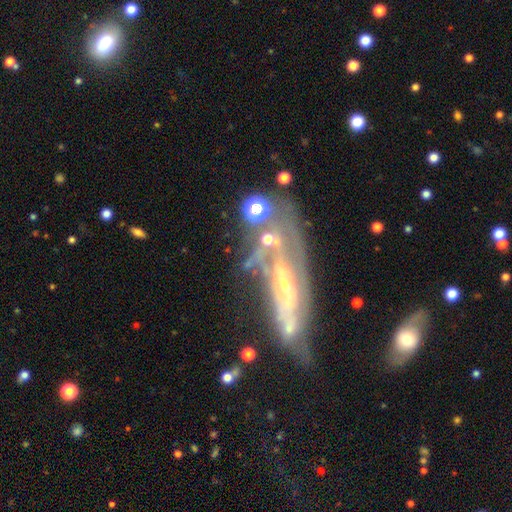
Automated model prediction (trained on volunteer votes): The model was most divided on "merging": none: 36%, major disturbance: 26%, minor disturbance: 20%, merger: 19%. More confident: edge-on disk — no (71%); smooth or featured — featured or disk (69%).